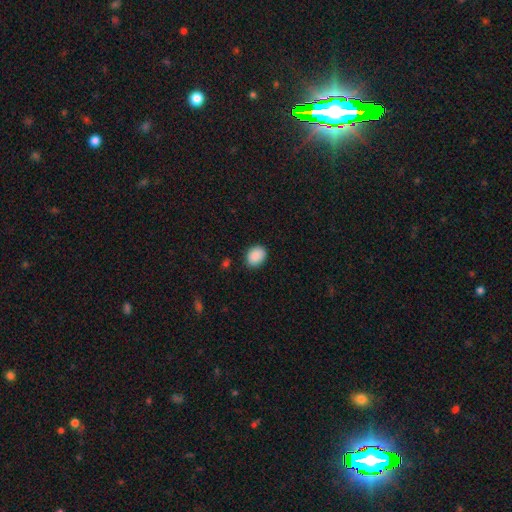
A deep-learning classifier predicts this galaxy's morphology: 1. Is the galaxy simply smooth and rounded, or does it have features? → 90% smooth, 7% star or artifact, 3% featured or disk.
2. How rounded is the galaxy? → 64% in between, 35% round, 1% cigar-shaped.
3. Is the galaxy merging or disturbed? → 87% none, 10% minor disturbance, 2% major disturbance, 1% merger.